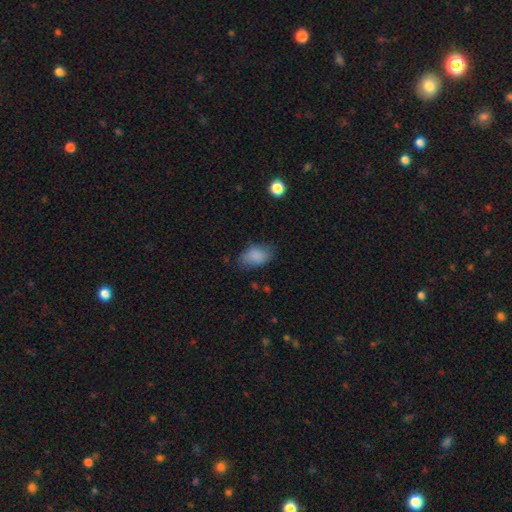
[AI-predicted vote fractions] The model was most divided on "merging": none: 67%, minor disturbance: 24%, major disturbance: 7%, merger: 1%. More confident: how rounded — in between (86%); smooth or featured — smooth (85%).